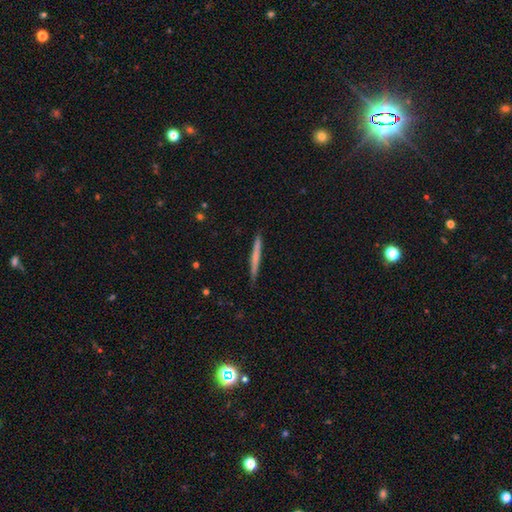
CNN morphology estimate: smooth 54%, featured or disk 40%, star or artifact 6%. Down the decision tree: how rounded — cigar-shaped (97%); merging — none (89%).